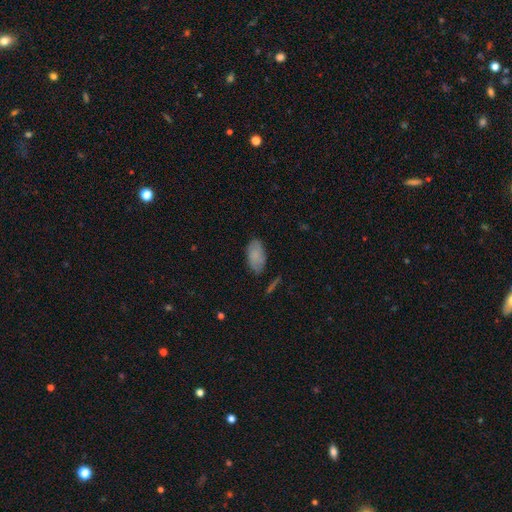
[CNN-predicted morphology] smooth_or_featured: smooth (p=0.78) [alt: featured or disk p=0.14]
how_rounded: in between (p=0.94) [alt: round p=0.03]
merging: none (p=0.76) [alt: minor disturbance p=0.18]